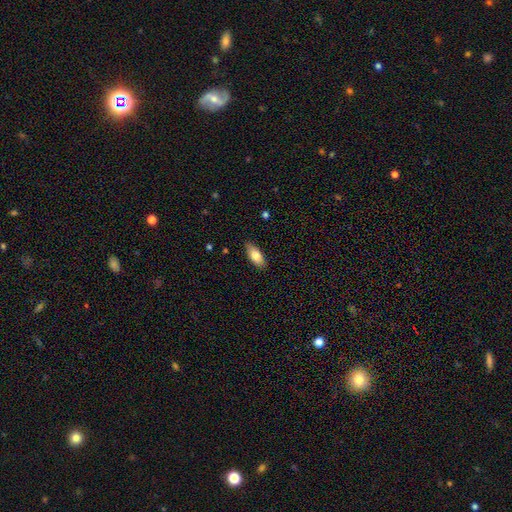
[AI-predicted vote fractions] This is likely a smooth galaxy (77%). How rounded: clearly in between (84%). Merging: clearly none (84%).